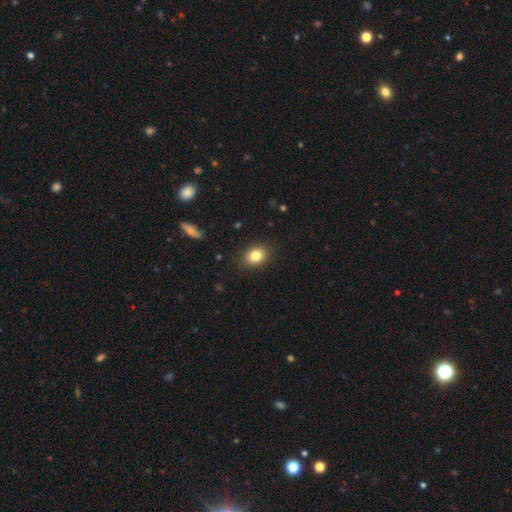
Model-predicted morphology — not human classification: Q: Smooth or featured?
A: smooth (82%); runner-up: star or artifact (10%)
Q: How rounded?
A: in between (63%); runner-up: round (36%)
Q: Merging?
A: none (88%); runner-up: minor disturbance (9%)